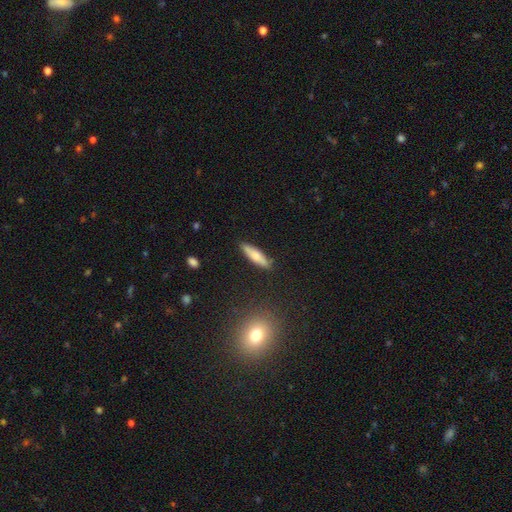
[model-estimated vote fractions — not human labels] Morphology: type=smooth (68%); roundness=cigar-shaped (72%); merging=none (86%).